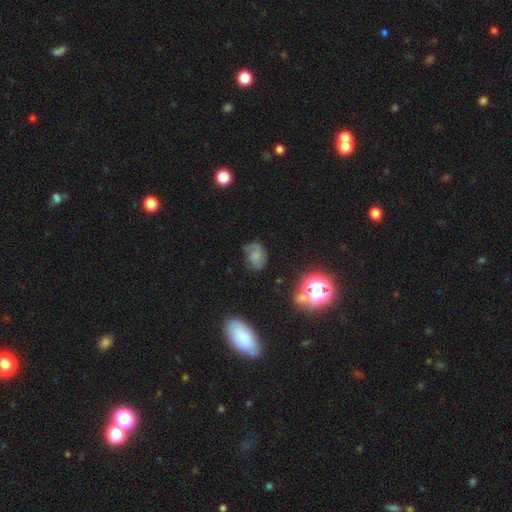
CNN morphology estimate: Q: Smooth or featured?
A: smooth (46%); runner-up: featured or disk (36%)
Q: Merging?
A: none (52%); runner-up: minor disturbance (29%)